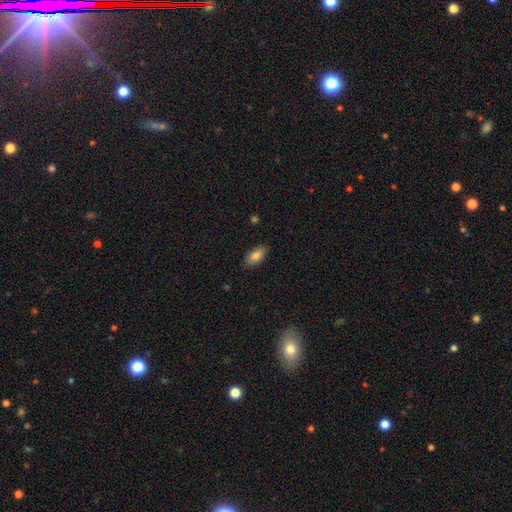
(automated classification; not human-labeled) Morphology: type=smooth (82%); roundness=in between (91%); merging=none (86%).